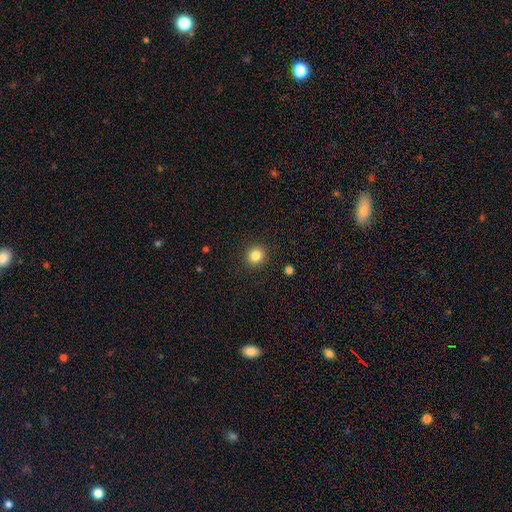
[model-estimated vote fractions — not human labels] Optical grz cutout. It shows a smooth galaxy with no disk features (83%) that is round (90%). Merging: none (91%).